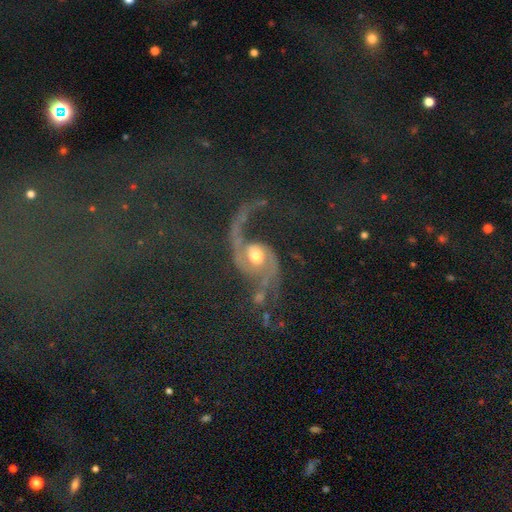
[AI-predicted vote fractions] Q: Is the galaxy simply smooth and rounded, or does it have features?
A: featured or disk — 87%.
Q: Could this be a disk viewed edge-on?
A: no — 97%.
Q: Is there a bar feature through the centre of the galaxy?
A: no — 62%.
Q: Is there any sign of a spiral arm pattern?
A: yes — 95%.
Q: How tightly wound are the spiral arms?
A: loose — 71%.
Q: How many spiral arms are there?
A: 2 — 91%.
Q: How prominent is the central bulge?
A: moderate — 69%.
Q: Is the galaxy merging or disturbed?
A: none — 46%.